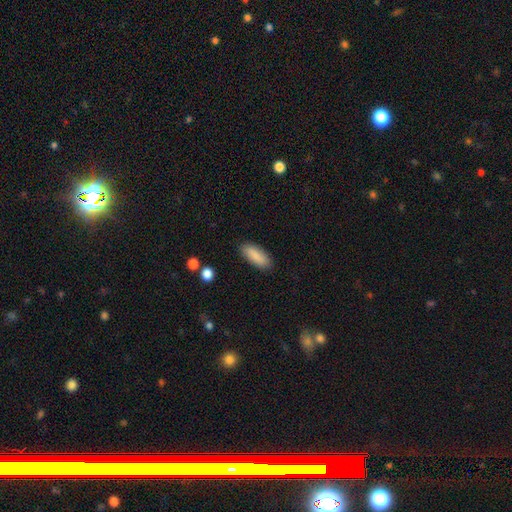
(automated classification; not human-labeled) Morphology: type=smooth (88%); roundness=in between (72%); merging=none (87%).